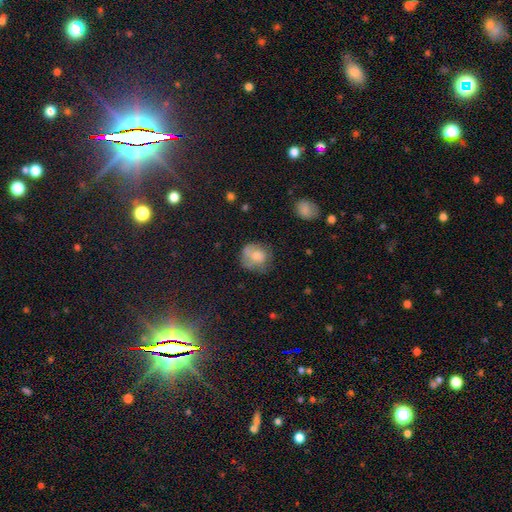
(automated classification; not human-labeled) smooth-or-featured: smooth: 67% | featured or disk: 24% | star or artifact: 9%
  how-rounded: round: 76% | in between: 23% | cigar-shaped: 1%
  merging: none: 51% | minor disturbance: 29% | major disturbance: 17% | merger: 3%